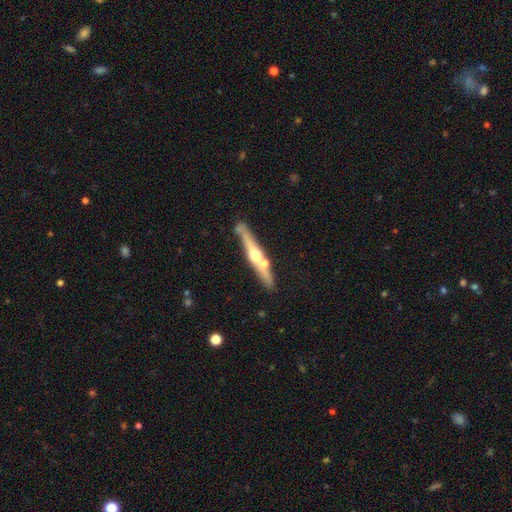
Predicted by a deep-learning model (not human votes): Overall: featured or disk (66%; smooth 28%). Edge-on disk: yes (95%). Edge-on bulge: rounded (92%). Merging: none (72%).